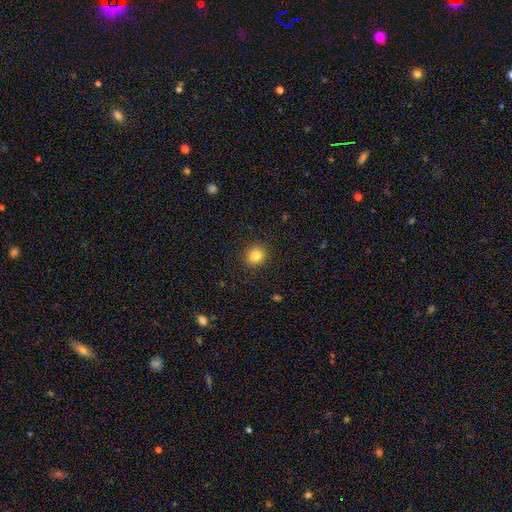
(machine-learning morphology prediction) smooth-or-featured: smooth: 83% | star or artifact: 11% | featured or disk: 6%
  how-rounded: round: 89% | in between: 10% | cigar-shaped: 1%
  merging: none: 90% | minor disturbance: 7% | major disturbance: 2% | merger: 1%